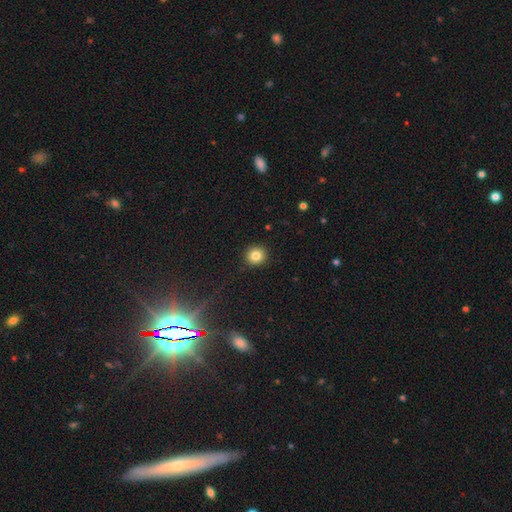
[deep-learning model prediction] This appears to be a smooth galaxy with no disk features (83%) that is round (91%). Merging: none (92%).